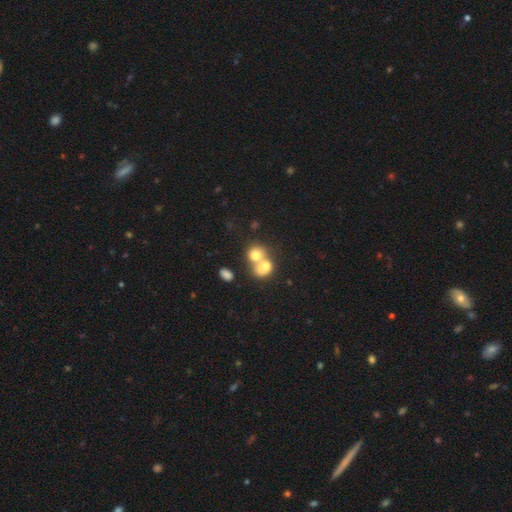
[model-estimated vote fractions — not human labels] Smooth or featured: smooth — 70% (featured or disk — 20%)
How rounded: round — 65% (in between — 34%)
Merging: merger — 70% (none — 20%)